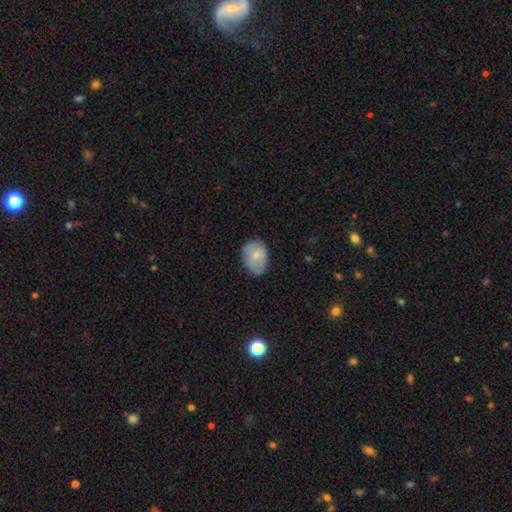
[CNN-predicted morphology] smooth_or_featured: smooth (p=0.75) [alt: featured or disk p=0.18]
how_rounded: in between (p=0.73) [alt: round p=0.26]
merging: none (p=0.71) [alt: minor disturbance p=0.23]